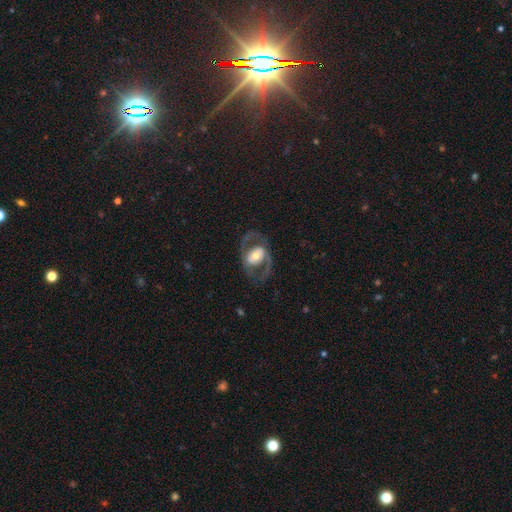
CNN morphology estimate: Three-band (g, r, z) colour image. It shows a featured or disk galaxy (73%) with no bar (51%), spiral arms (66%) and a moderate central bulge (56%). Merging: none (69%).